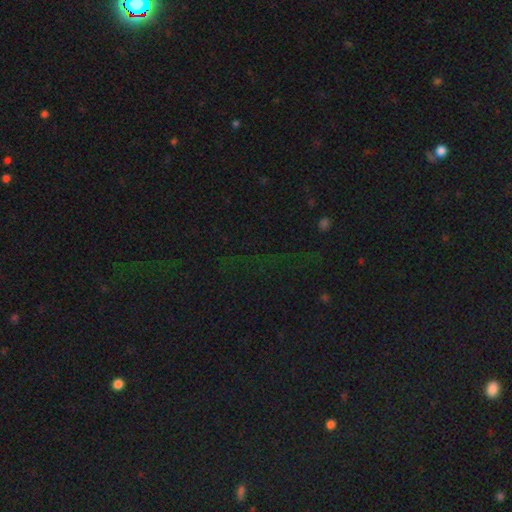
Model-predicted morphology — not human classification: The model was most divided on "smooth or featured": star or artifact: 76%, smooth: 15%, featured or disk: 9%.